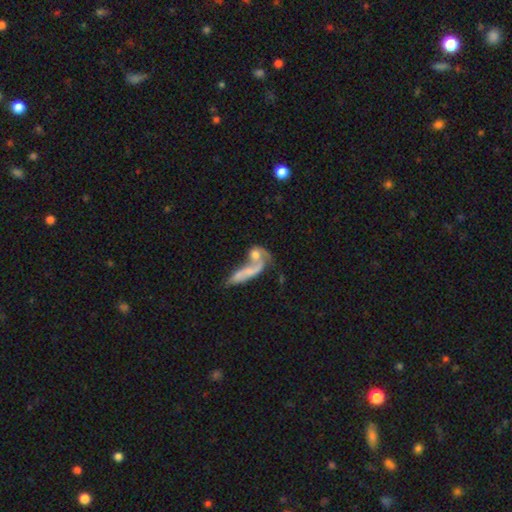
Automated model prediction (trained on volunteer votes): The model was most divided on "smooth or featured": featured or disk: 48%, smooth: 42%, star or artifact: 11%. More confident: merging — merger (61%).